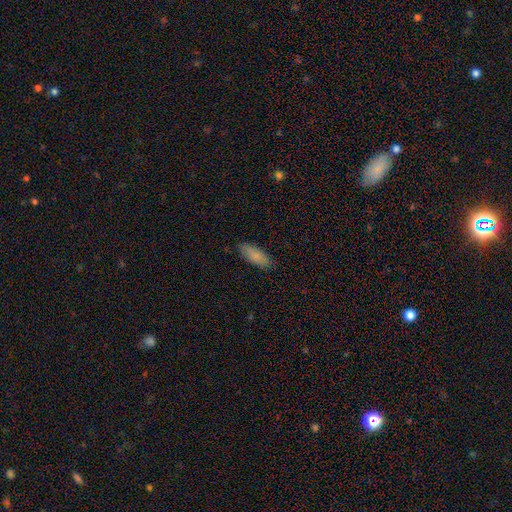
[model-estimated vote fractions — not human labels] This appears to be a smooth galaxy with no disk features (86%) that is in between round and cigar-shaped (68%). Merging: none (86%).